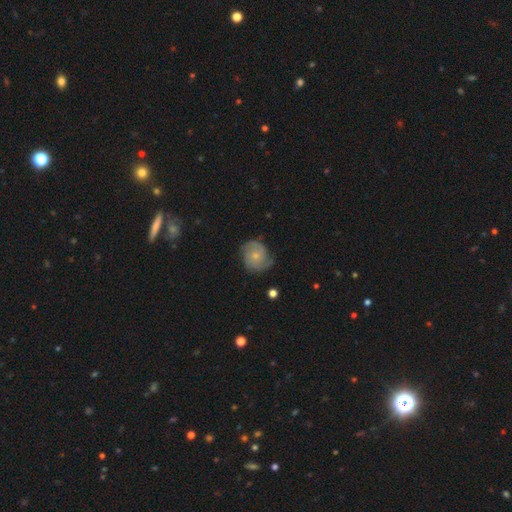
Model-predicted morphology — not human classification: smooth-or-featured: featured or disk: 65% | smooth: 29% | star or artifact: 7%
  disk-edge-on: no: 98% | yes: 2%
    bar: no: 80% | weak: 18% | strong: 3%
    has-spiral-arms: yes: 89% | no: 11%
      spiral-winding: tight: 44% | medium: 39% | loose: 17%
      spiral-arm-count: 2: 52% | can't tell: 20% | 3: 14% | 1: 7% | 4: 4% | more than 4: 3%
    bulge-size: small: 72% | moderate: 22% | none: 4% | large: 1% | dominant: 1%
  merging: none: 63% | minor disturbance: 26% | major disturbance: 10% | merger: 2%